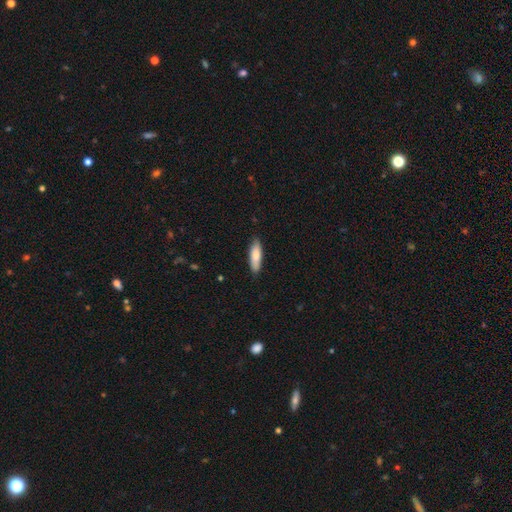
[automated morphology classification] smooth_or_featured: smooth (p=0.81) [alt: featured or disk p=0.14]
how_rounded: cigar-shaped (p=0.55) [alt: in between p=0.43]
merging: none (p=0.86) [alt: minor disturbance p=0.11]